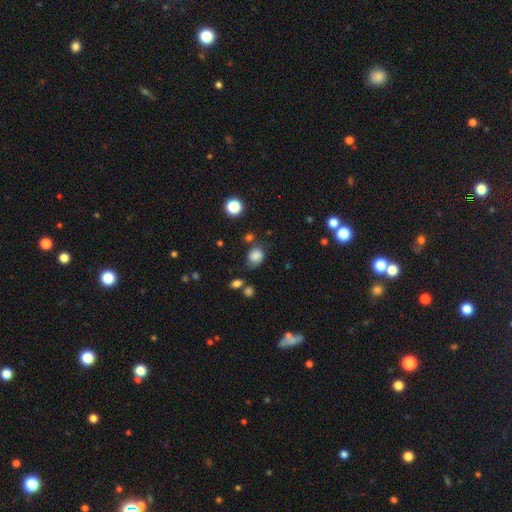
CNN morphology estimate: A smooth galaxy with no disk features (78%) that is in between round and cigar-shaped (53%). Merging: none (54%).